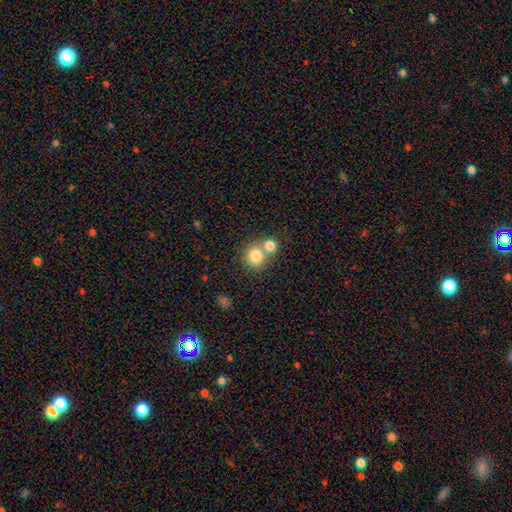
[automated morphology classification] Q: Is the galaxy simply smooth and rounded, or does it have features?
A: smooth — 80%.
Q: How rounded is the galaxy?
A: round — 86%.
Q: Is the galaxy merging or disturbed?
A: merger — 50%.